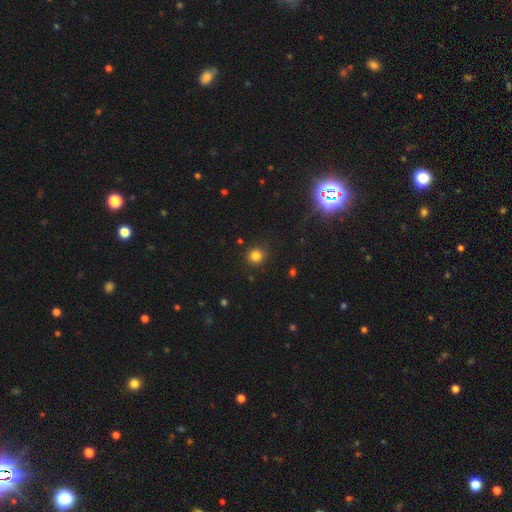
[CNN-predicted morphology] This appears to be a smooth galaxy with no disk features (82%) that is round (88%). Merging: none (88%).